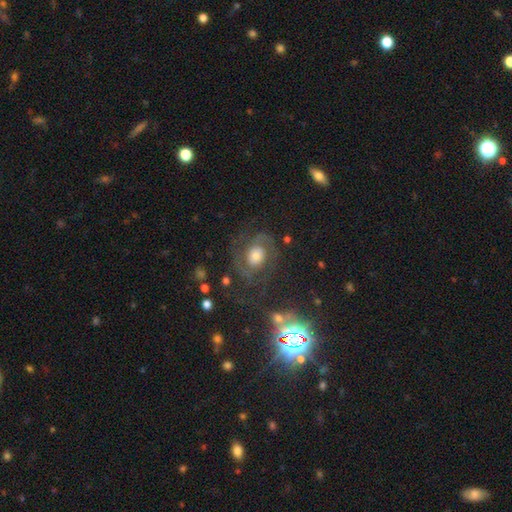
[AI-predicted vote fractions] featured or disk 72%, smooth 14%, star or artifact 13%. Down the decision tree: edge-on disk — no (97%); bar — no (67%); spiral arms — yes (91%); spiral arm count — 2 (69%); spiral winding — medium (48%); bulge size — moderate (49%); merging — none (71%).